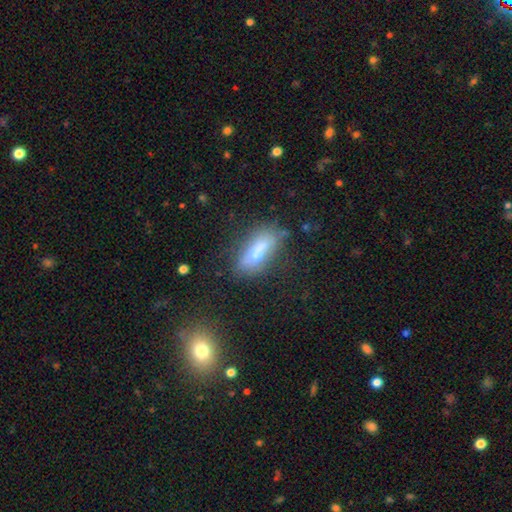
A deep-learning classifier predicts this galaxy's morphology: This appears to be a smooth galaxy with no disk features (54%) that is in between round and cigar-shaped (61%). Merging: none (58%).